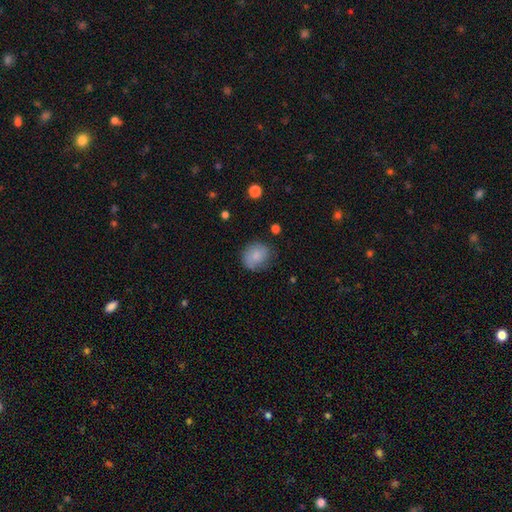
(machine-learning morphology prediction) This appears to be a smooth galaxy with no disk features (74%) that is round (71%). Merging: none (70%).